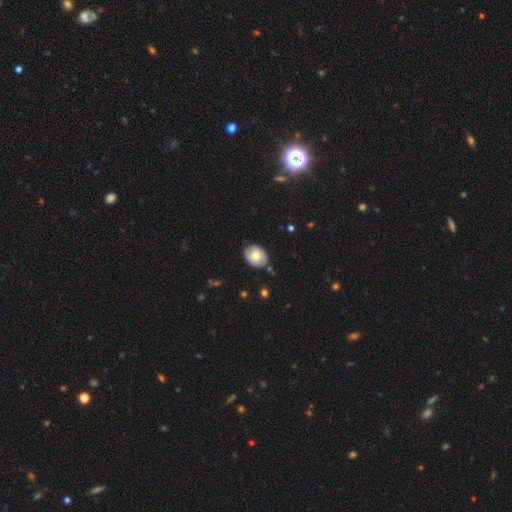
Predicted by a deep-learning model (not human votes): Morphology: type=smooth (71%); roundness=in between (60%); merging=none (77%).